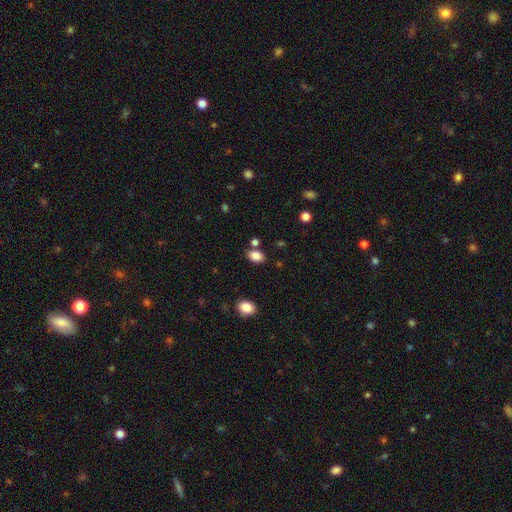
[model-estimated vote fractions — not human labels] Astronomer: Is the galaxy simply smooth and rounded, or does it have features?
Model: smooth — 85%.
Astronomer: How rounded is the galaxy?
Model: in between — 81%.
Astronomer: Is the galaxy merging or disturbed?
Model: none — 75%.